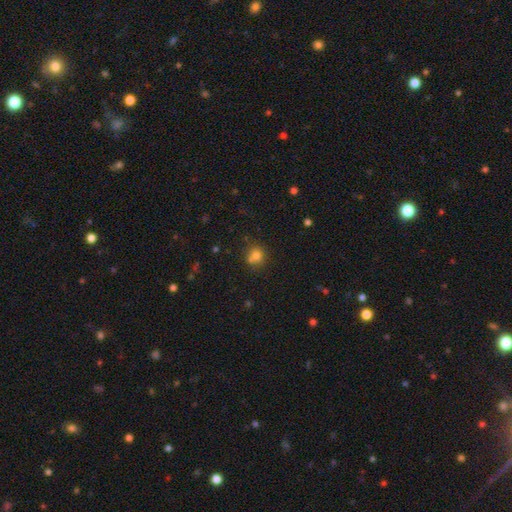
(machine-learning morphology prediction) This appears to be a smooth galaxy with no disk features (74%) that is round (82%). Merging: none (54%).